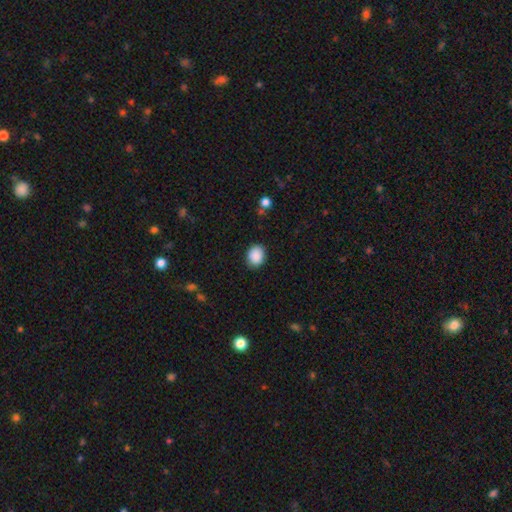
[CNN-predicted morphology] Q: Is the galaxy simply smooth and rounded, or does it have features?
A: smooth — 90%.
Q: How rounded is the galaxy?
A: round — 54%.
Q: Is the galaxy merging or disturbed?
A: none — 86%.